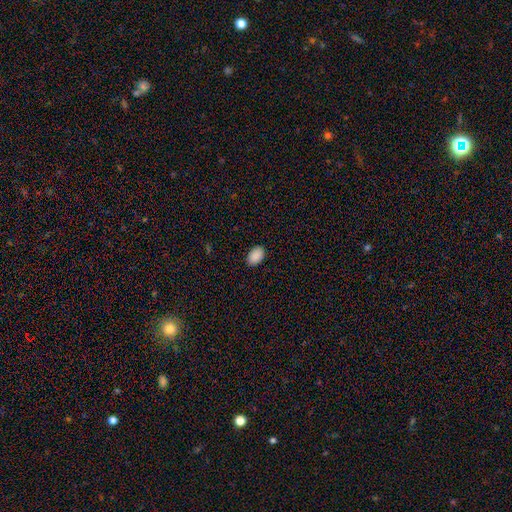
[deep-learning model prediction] Smooth or featured? smooth (91%)
How rounded? in between (90%)
Merging? none (89%)